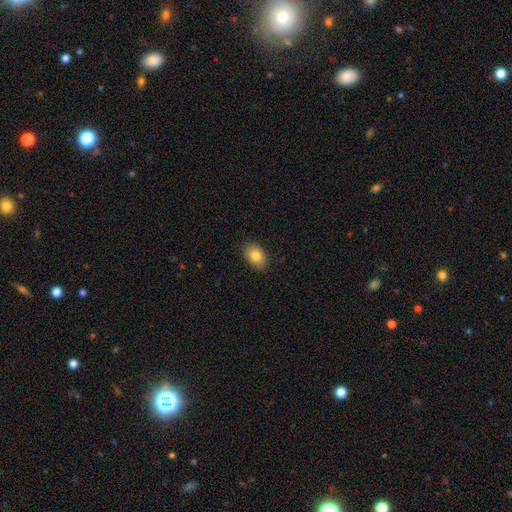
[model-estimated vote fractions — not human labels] Q: Smooth or featured?
A: smooth (82%); runner-up: featured or disk (10%)
Q: How rounded?
A: in between (81%); runner-up: round (18%)
Q: Merging?
A: none (84%); runner-up: minor disturbance (12%)